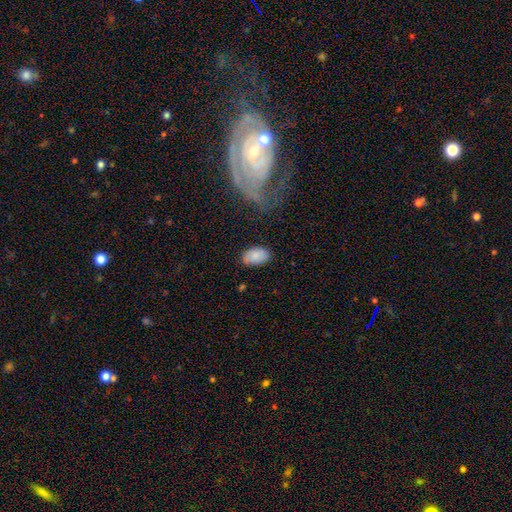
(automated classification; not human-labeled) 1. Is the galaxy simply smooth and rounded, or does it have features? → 82% smooth, 11% featured or disk, 7% star or artifact.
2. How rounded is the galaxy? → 92% in between, 7% round, 1% cigar-shaped.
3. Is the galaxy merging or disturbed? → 75% none, 18% minor disturbance, 4% major disturbance, 2% merger.